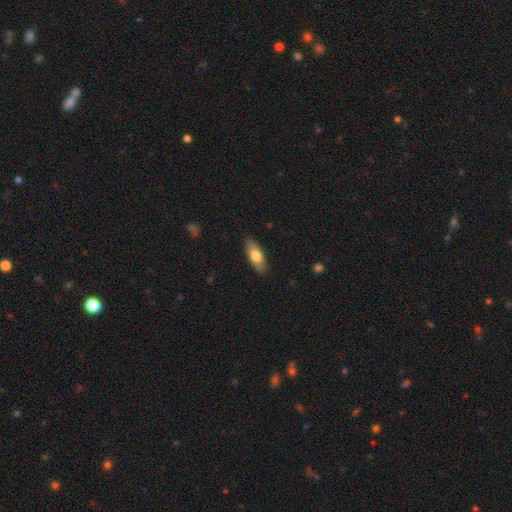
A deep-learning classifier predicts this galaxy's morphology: The model was most divided on "smooth or featured": smooth: 72%, featured or disk: 23%, star or artifact: 5%. More confident: merging — none (86%); how rounded — in between (79%).